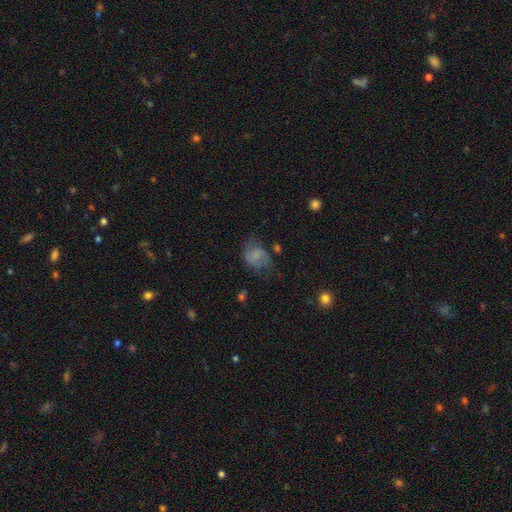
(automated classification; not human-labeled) This appears to be a smooth galaxy with no disk features (54%) that is in between round and cigar-shaped (65%). Merging: none (45%).